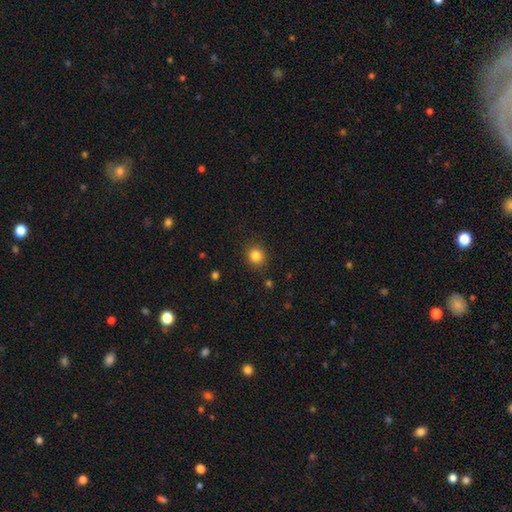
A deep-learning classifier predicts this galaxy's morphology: Smooth or featured? Predicted: smooth (p=0.84). How rounded? Predicted: round (p=0.84). Merging? Predicted: none (p=0.88).